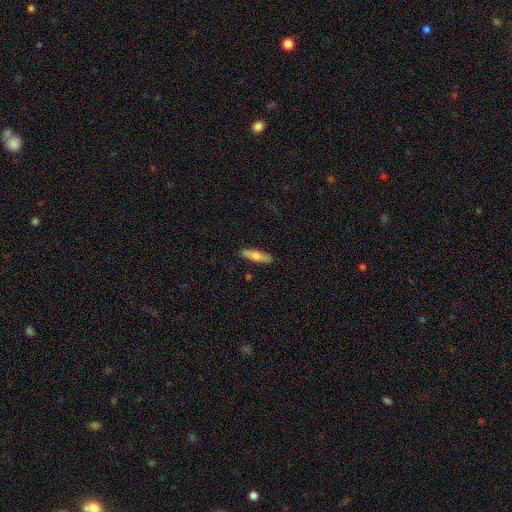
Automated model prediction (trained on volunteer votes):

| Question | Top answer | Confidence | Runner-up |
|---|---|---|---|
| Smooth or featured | smooth | 67% | featured or disk (27%) |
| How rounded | cigar-shaped | 62% | in between (36%) |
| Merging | none | 89% | minor disturbance (8%) |